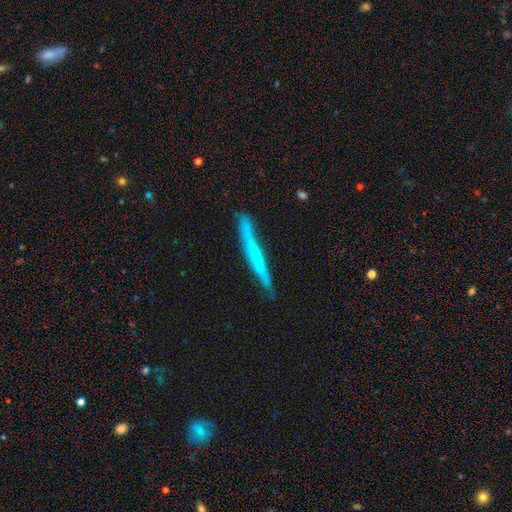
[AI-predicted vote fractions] A featured or disk galaxy (52%) viewed edge-on (90%).

Vote fractions:
- Smooth or featured? featured or disk: 52% / smooth: 41% / star or artifact: 7%
- Edge-on disk? yes: 90% / no: 10%
- Merging? none: 76% / minor disturbance: 18% / major disturbance: 4% / merger: 3%